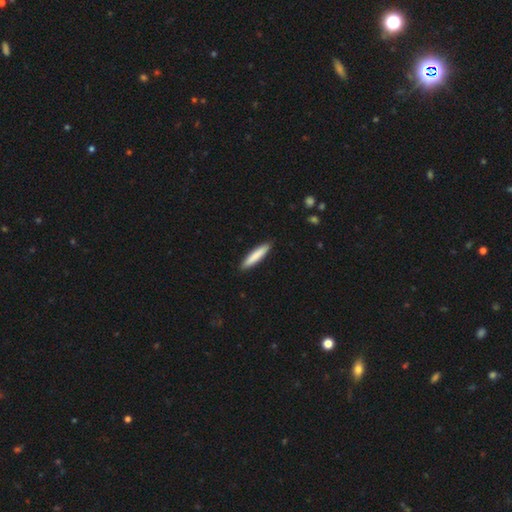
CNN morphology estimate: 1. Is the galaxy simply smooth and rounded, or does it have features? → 82% smooth, 13% featured or disk, 5% star or artifact.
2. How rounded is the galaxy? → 90% cigar-shaped, 9% in between, 1% round.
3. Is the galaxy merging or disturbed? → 91% none, 6% minor disturbance, 1% major disturbance, 1% merger.